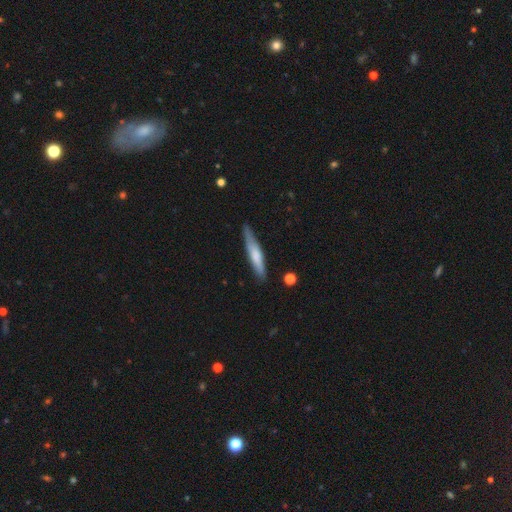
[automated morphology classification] smooth_or_featured: smooth (p=0.60) [alt: featured or disk p=0.35]
how_rounded: cigar-shaped (p=0.89) [alt: in between p=0.09]
merging: none (p=0.76) [alt: minor disturbance p=0.18]